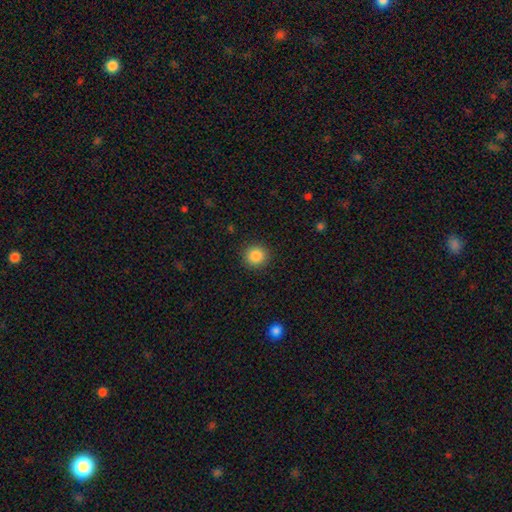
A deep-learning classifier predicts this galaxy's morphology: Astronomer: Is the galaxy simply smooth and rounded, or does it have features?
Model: smooth — 87%.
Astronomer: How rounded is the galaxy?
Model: round — 93%.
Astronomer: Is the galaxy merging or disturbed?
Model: none — 91%.